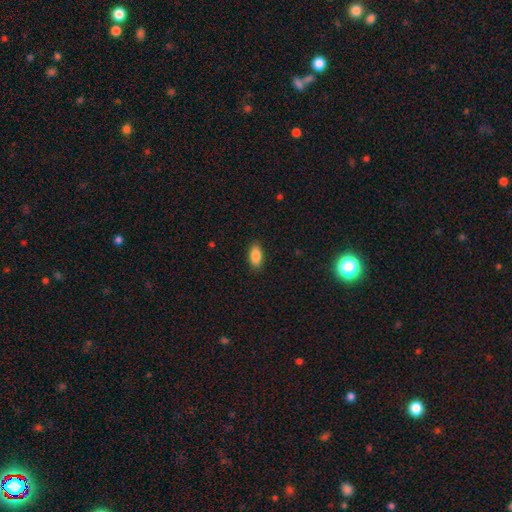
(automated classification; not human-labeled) A smooth galaxy with no disk features (87%) that is in between round and cigar-shaped (90%).

Vote fractions:
- Smooth or featured? smooth: 87% / star or artifact: 7% / featured or disk: 5%
- How rounded? in between: 90% / cigar-shaped: 7% / round: 3%
- Merging? none: 88% / minor disturbance: 9% / major disturbance: 2% / merger: 1%